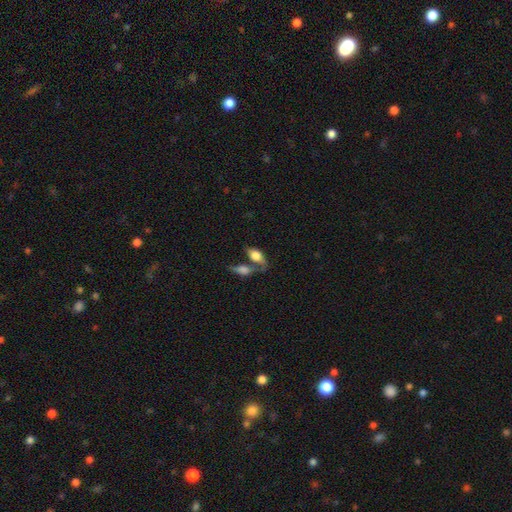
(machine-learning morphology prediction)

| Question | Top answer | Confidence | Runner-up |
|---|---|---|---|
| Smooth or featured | smooth | 66% | featured or disk (26%) |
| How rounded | in between | 83% | round (9%) |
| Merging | merger | 48% | none (31%) |